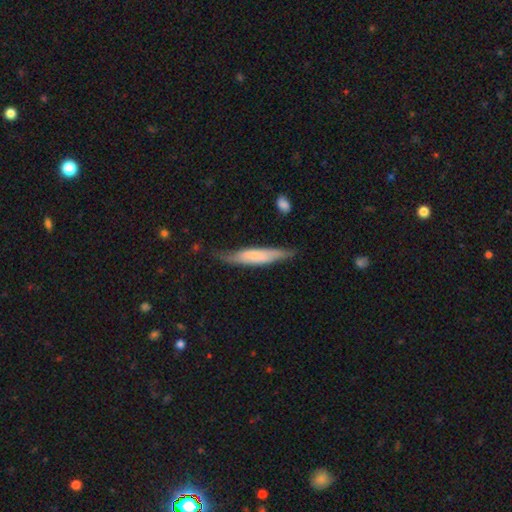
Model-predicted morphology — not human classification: A smooth galaxy with no disk features (54%) that is cigar-shaped (83%). Merging: none (66%).